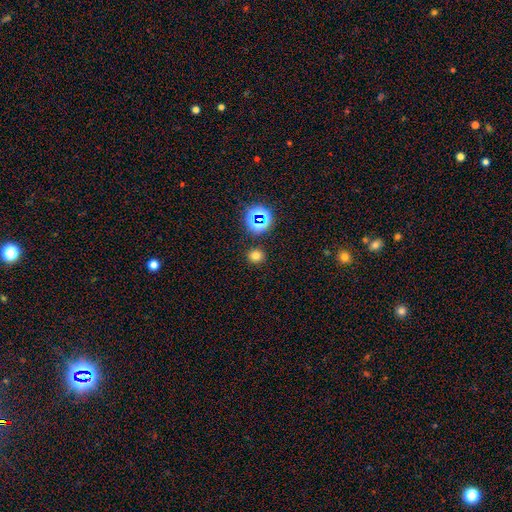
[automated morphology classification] A smooth galaxy with no disk features (71%) that is round (86%). Merging: none (88%).